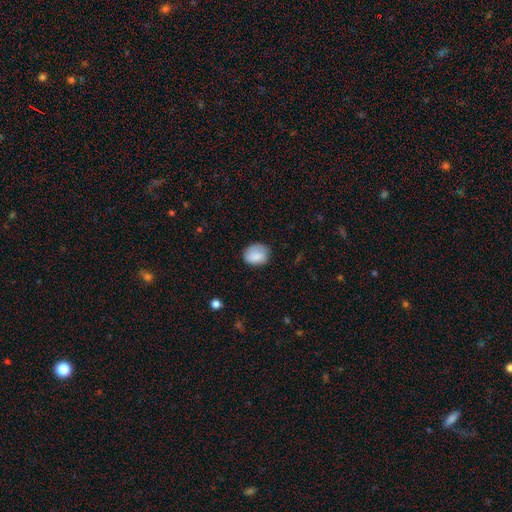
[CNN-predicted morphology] The model was most divided on "how rounded": in between: 50%, round: 49%, cigar-shaped: 1%. More confident: smooth or featured — smooth (85%); merging — none (73%).